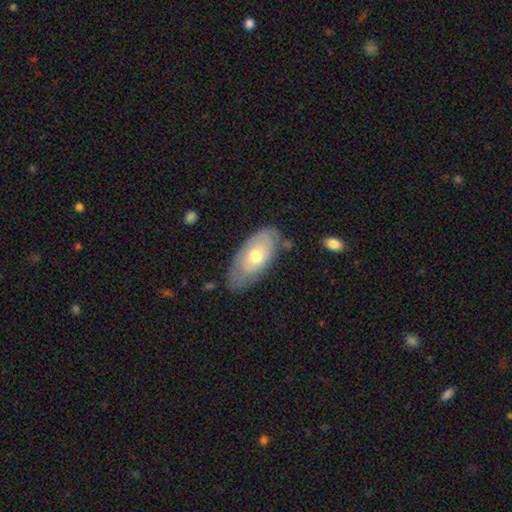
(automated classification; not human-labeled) A smooth galaxy with no disk features (53%) that is in between round and cigar-shaped (91%).

Vote fractions:
- Smooth or featured? smooth: 53% / featured or disk: 41% / star or artifact: 6%
- How rounded? in between: 91% / cigar-shaped: 5% / round: 4%
- Merging? none: 63% / minor disturbance: 26% / major disturbance: 8% / merger: 3%